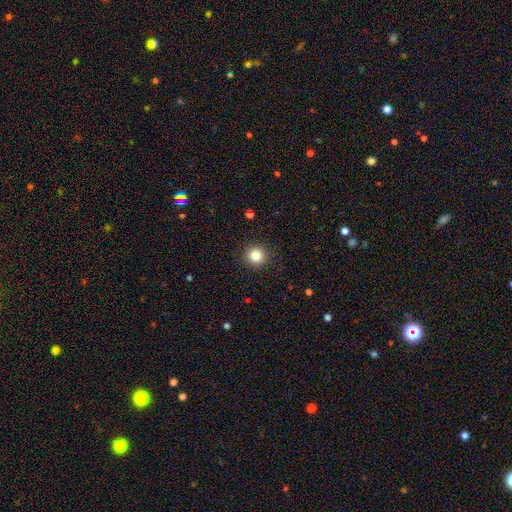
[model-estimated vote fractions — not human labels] This is clearly a smooth galaxy (83%). How rounded: clearly round (94%). Merging: clearly none (92%).